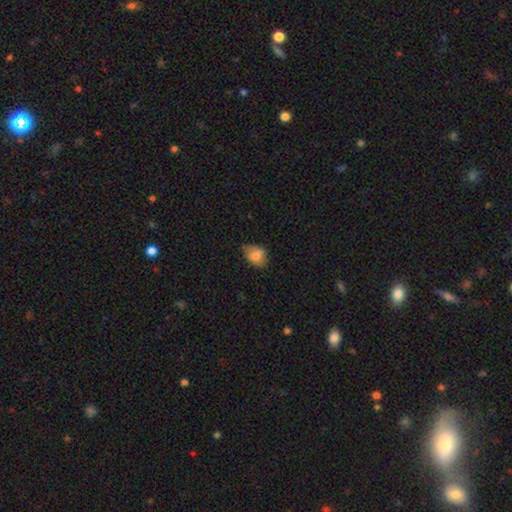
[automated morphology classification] smooth_or_featured: smooth (p=0.77) [alt: featured or disk p=0.14]
how_rounded: in between (p=0.67) [alt: round p=0.32]
merging: none (p=0.59) [alt: minor disturbance p=0.32]